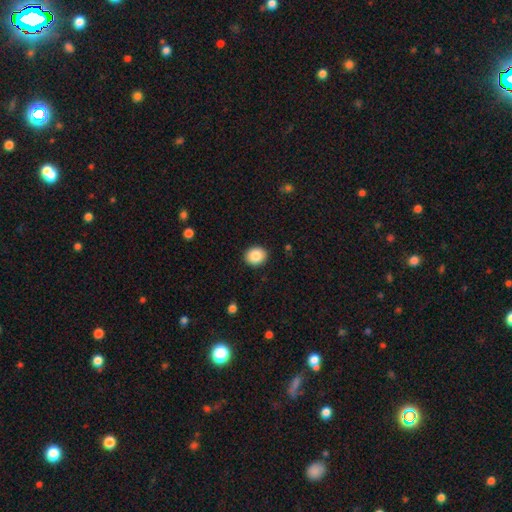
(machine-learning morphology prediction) A smooth galaxy with no disk features (86%) that is round (74%).

Vote fractions:
- Smooth or featured? smooth: 86% / star or artifact: 8% / featured or disk: 5%
- How rounded? round: 74% / in between: 25% / cigar-shaped: 1%
- Merging? none: 91% / minor disturbance: 6% / major disturbance: 2% / merger: 1%